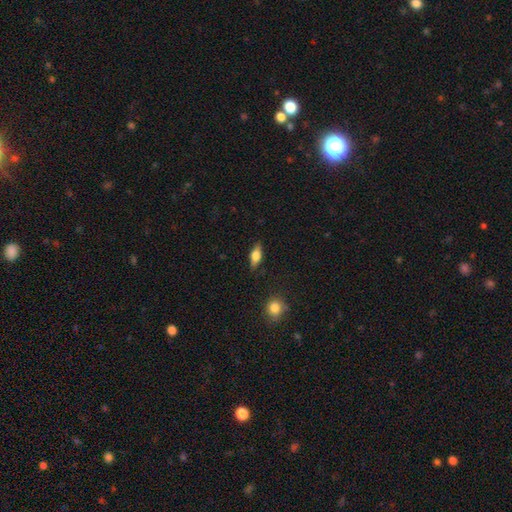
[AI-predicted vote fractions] A smooth galaxy with no disk features (64%) that is in between round and cigar-shaped (73%).

Vote fractions:
- Smooth or featured? smooth: 64% / featured or disk: 28% / star or artifact: 8%
- How rounded? in between: 73% / cigar-shaped: 22% / round: 5%
- Merging? none: 84% / minor disturbance: 11% / major disturbance: 3% / merger: 2%